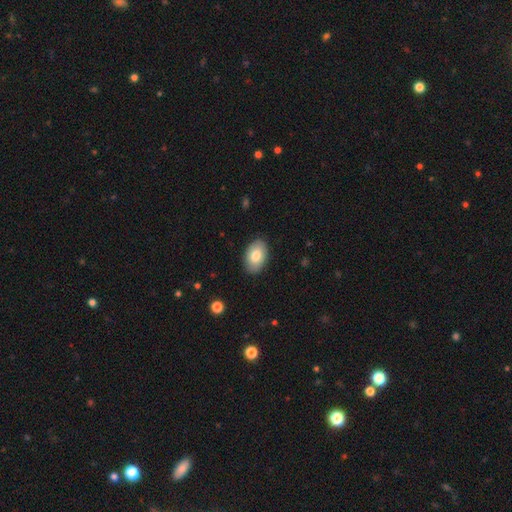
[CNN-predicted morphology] type=smooth (79%); roundness=in between (92%); merging=none (87%).